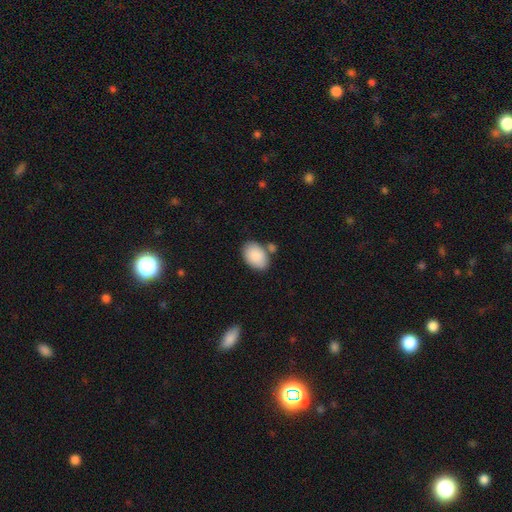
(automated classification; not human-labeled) This is clearly a smooth galaxy (88%). How rounded: clearly in between (89%). Merging: likely none (67%).